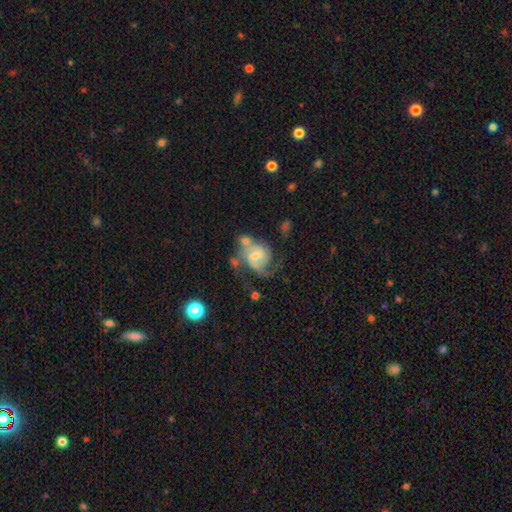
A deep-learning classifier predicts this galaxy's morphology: Q: Smooth or featured?
A: featured or disk (79%); runner-up: smooth (14%)
Q: Edge-on disk?
A: no (98%); runner-up: yes (2%)
Q: Bar?
A: weak (55%); runner-up: no (29%)
Q: Spiral arms?
A: yes (93%); runner-up: no (7%)
Q: Spiral winding?
A: medium (49%); runner-up: tight (31%)
Q: Spiral arm count?
A: 2 (61%); runner-up: can't tell (15%)
Q: Bulge size?
A: small (48%); runner-up: moderate (41%)
Q: Merging?
A: none (37%); runner-up: major disturbance (23%)